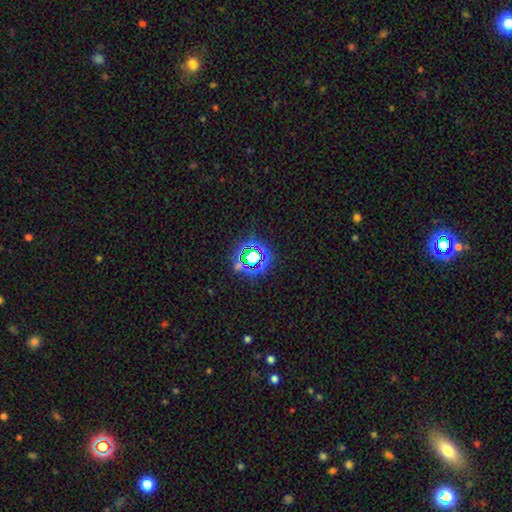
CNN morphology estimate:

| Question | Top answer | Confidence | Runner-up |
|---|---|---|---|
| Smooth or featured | star or artifact | 69% | smooth (20%) |